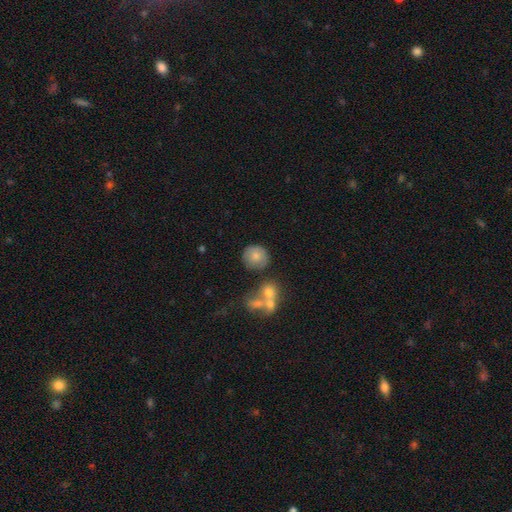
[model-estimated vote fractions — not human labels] smooth 76%, featured or disk 15%, star or artifact 9%. Down the decision tree: how rounded — round (88%); merging — none (71%).